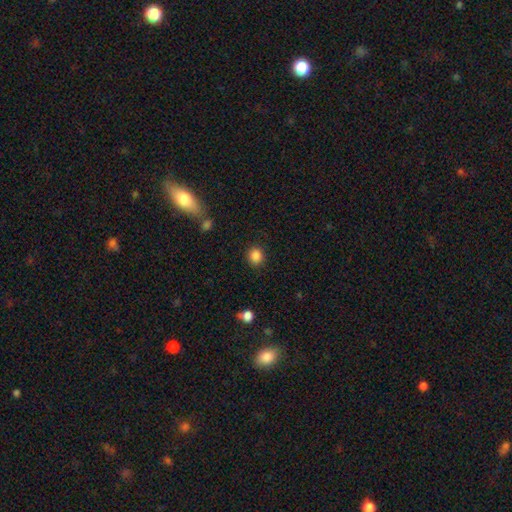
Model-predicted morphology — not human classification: Smooth or featured: smooth — 86% (star or artifact — 10%)
How rounded: round — 82% (in between — 17%)
Merging: none — 89% (minor disturbance — 7%)